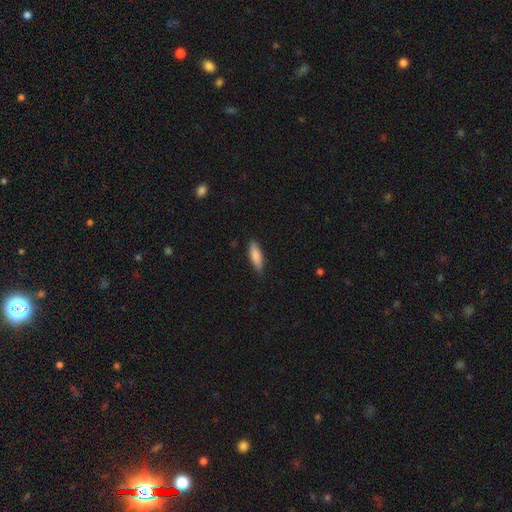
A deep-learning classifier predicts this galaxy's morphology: smooth-or-featured: smooth: 85% | featured or disk: 10% | star or artifact: 6%
  how-rounded: cigar-shaped: 52% | in between: 46% | round: 2%
  merging: none: 82% | minor disturbance: 14% | major disturbance: 2% | merger: 1%